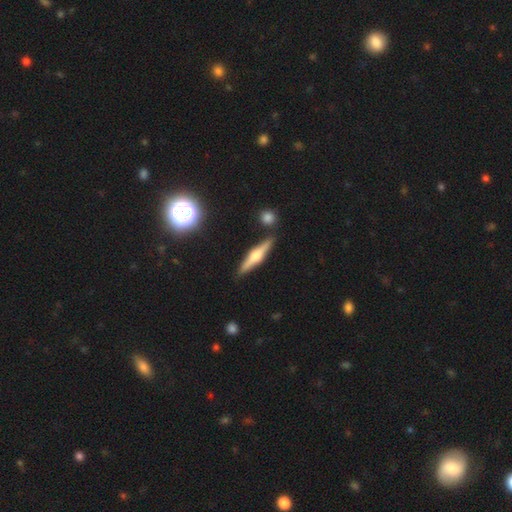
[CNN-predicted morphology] A featured or disk galaxy (68%) viewed edge-on (97%) with a rounded central bulge (88%).

Vote fractions:
- Smooth or featured? featured or disk: 68% / smooth: 25% / star or artifact: 7%
- Edge-on disk? yes: 97% / no: 3%
- Edge-on bulge? rounded: 88% / boxy: 8% / none: 4%
- Merging? none: 86% / minor disturbance: 8% / merger: 4% / major disturbance: 2%